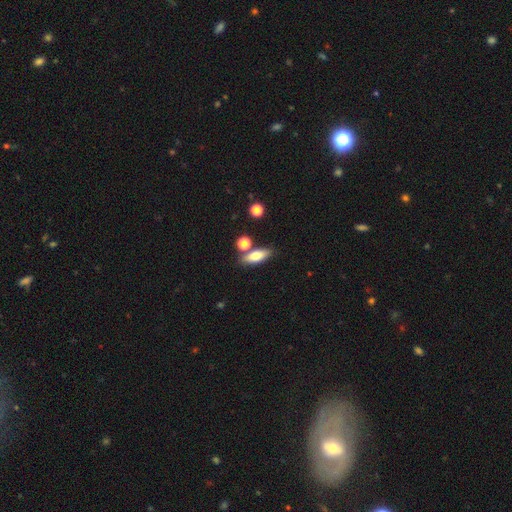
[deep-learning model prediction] This is likely a smooth galaxy (70%). How rounded: likely in between (61%). Merging: likely none (72%).